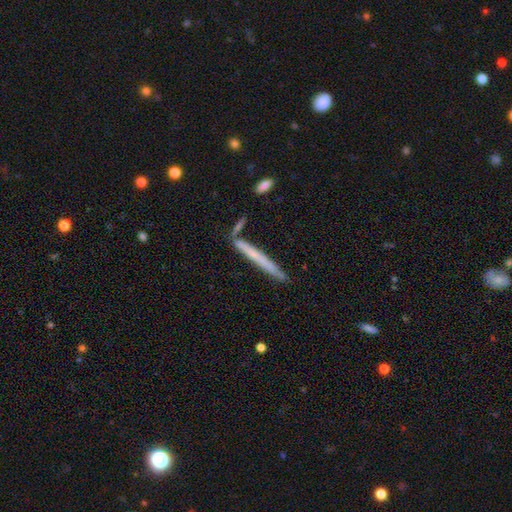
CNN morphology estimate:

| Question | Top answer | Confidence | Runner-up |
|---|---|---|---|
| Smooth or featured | smooth | 53% | featured or disk (40%) |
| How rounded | cigar-shaped | 97% | in between (2%) |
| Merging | none | 78% | minor disturbance (13%) |